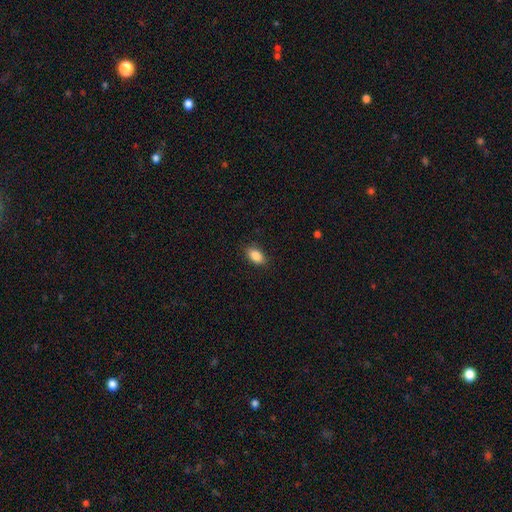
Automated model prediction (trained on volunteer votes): Smooth or featured?
  - smooth: 88% *
  - star or artifact: 8%
  - featured or disk: 5%
How rounded?
  - in between: 91% *
  - round: 6%
  - cigar-shaped: 3%
Merging?
  - none: 87% *
  - minor disturbance: 10%
  - major disturbance: 2%
  - merger: 1%